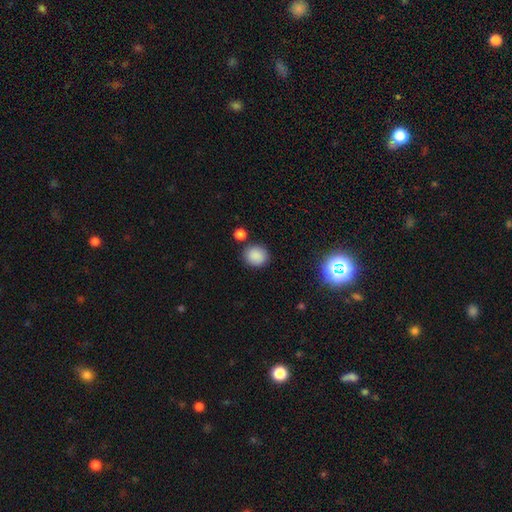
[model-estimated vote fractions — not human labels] smooth_or_featured: smooth (p=0.86) [alt: star or artifact p=0.10]
how_rounded: round (p=0.79) [alt: in between p=0.20]
merging: none (p=0.81) [alt: minor disturbance p=0.10]